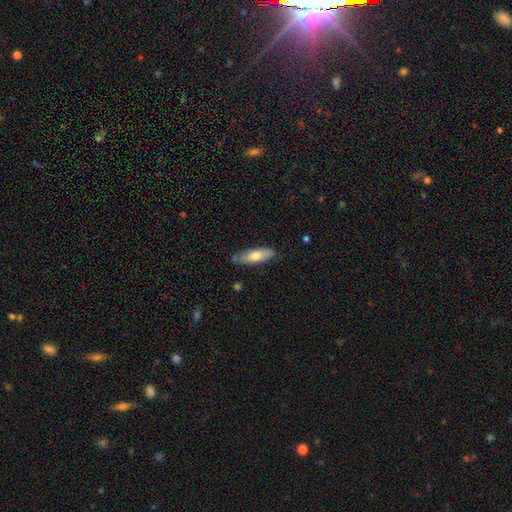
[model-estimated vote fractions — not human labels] This appears to be a smooth galaxy with no disk features (70%) that is in between round and cigar-shaped (55%). Merging: none (75%).